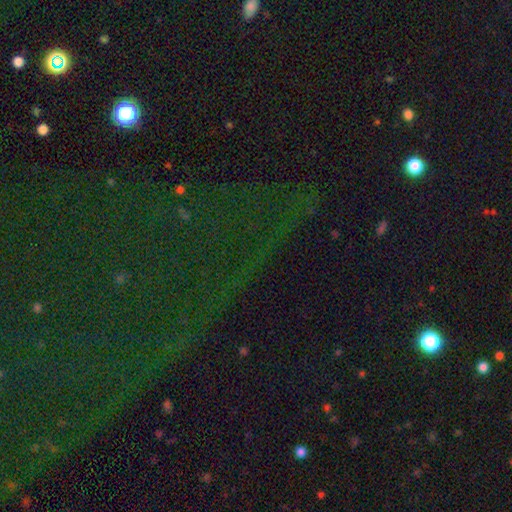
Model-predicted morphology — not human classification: A star or artifact, not a galaxy (79%).

Vote fractions:
- Smooth or featured? star or artifact: 79% / smooth: 12% / featured or disk: 9%